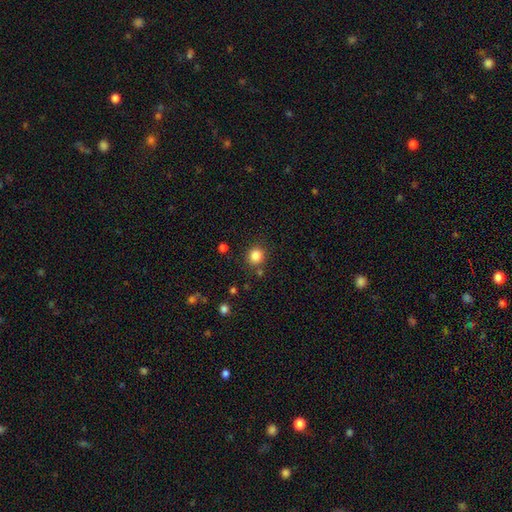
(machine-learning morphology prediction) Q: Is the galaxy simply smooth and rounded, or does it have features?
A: smooth — 84%.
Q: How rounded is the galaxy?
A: round — 90%.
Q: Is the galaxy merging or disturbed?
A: none — 85%.